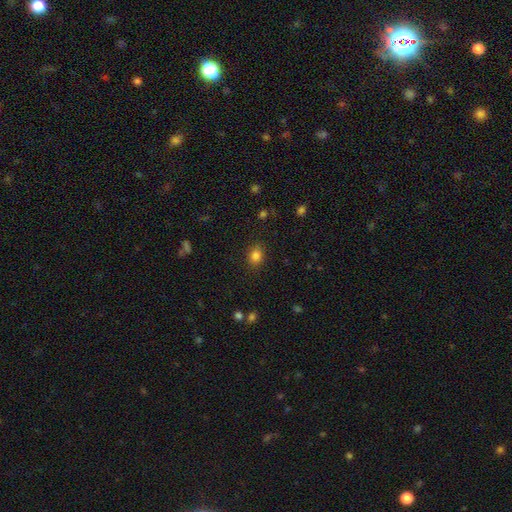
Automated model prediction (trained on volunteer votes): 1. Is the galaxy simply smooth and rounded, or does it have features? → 83% smooth, 12% star or artifact, 5% featured or disk.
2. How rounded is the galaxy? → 52% round, 47% in between, 1% cigar-shaped.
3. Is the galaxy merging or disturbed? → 85% none, 10% minor disturbance, 3% major disturbance, 1% merger.